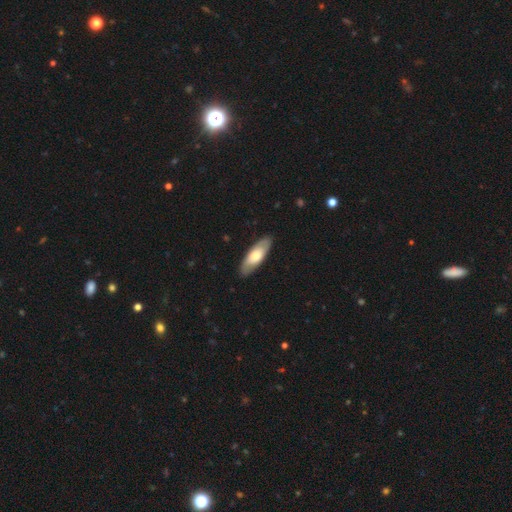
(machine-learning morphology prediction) This is likely a smooth galaxy (61%). How rounded: likely in between (67%). Merging: clearly none (88%).